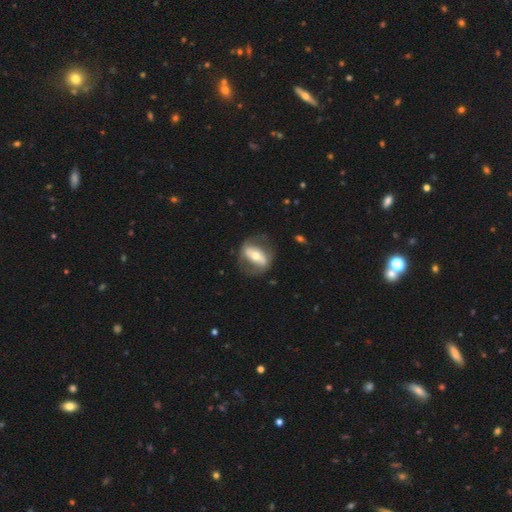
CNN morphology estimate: Smooth or featured? Predicted: featured or disk (p=0.62). Edge-on disk? Predicted: no (p=0.82). Bar? Predicted: strong (p=0.58). Spiral arms? Predicted: no (p=0.57). Bulge size? Predicted: moderate (p=0.62). Merging? Predicted: none (p=0.70).